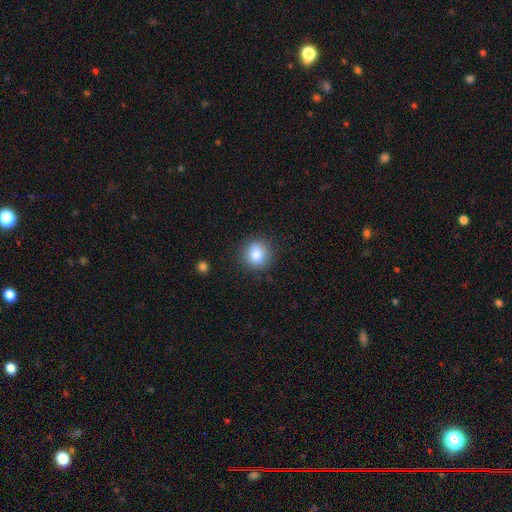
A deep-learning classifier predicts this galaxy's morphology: Smooth or featured? Predicted: smooth (p=0.81). How rounded? Predicted: round (p=0.85). Merging? Predicted: none (p=0.86).